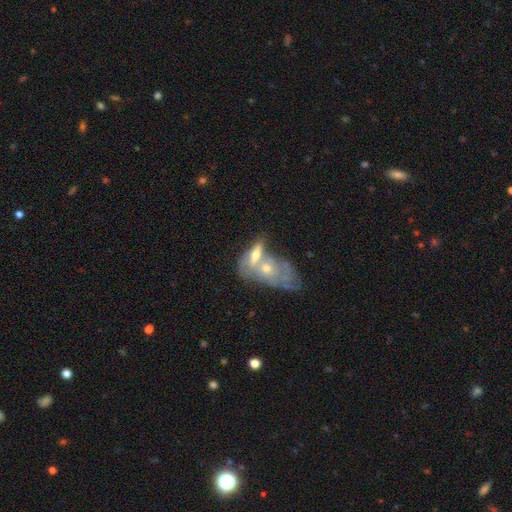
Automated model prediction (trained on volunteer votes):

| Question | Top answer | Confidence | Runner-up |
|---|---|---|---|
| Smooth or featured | featured or disk | 53% | smooth (40%) |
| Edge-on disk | no | 77% | yes (23%) |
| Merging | merger | 62% | none (19%) |